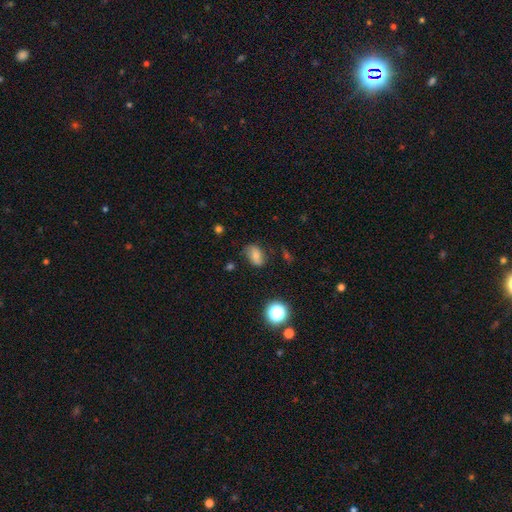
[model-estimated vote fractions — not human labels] Smooth or featured? Predicted: smooth (p=0.68). How rounded? Predicted: in between (p=0.82). Merging? Predicted: none (p=0.72).